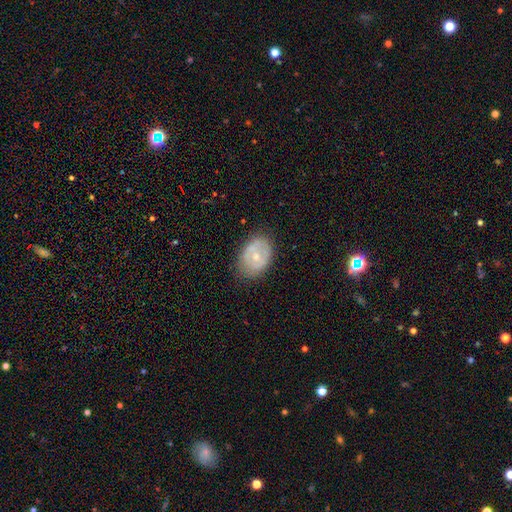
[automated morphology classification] smooth_or_featured: smooth (p=0.47) [alt: featured or disk p=0.46]
merging: none (p=0.73) [alt: minor disturbance p=0.20]